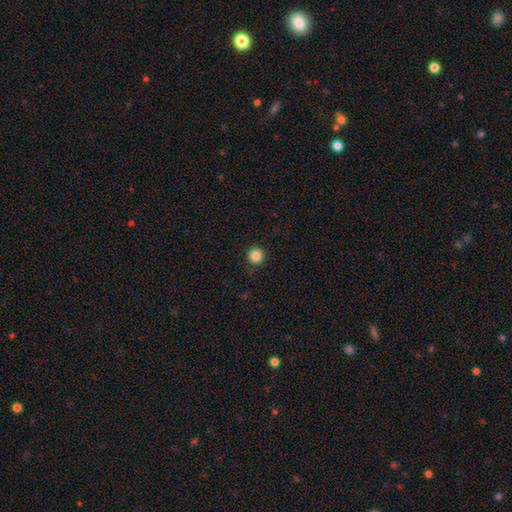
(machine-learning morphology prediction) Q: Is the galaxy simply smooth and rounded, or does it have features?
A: smooth — 86%.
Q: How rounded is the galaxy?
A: round — 96%.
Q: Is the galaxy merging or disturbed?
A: none — 91%.